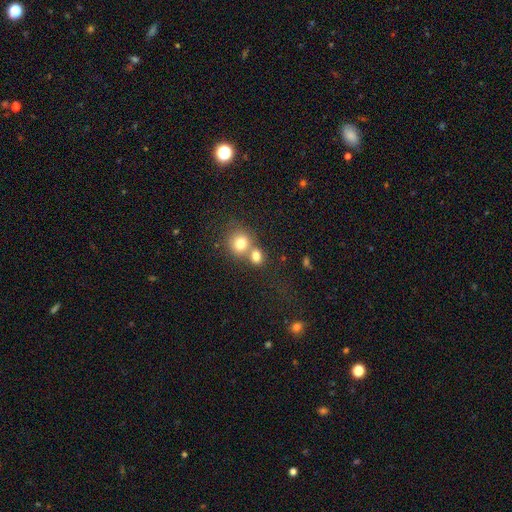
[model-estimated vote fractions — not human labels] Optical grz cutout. It shows a smooth galaxy with no disk features (76%) that is round (72%). Merging: merger (52%).